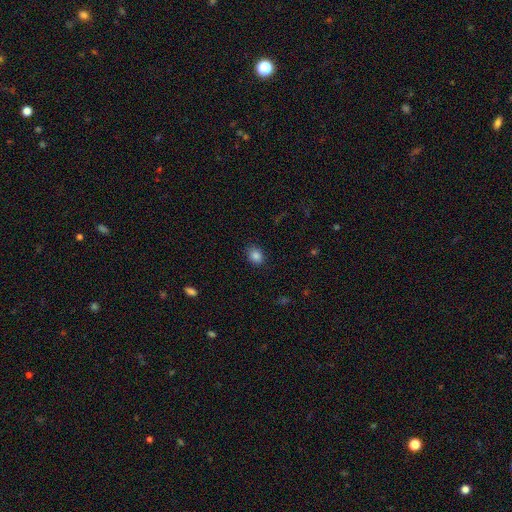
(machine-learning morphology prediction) A smooth galaxy with no disk features (86%) that is in between round and cigar-shaped (57%). Merging: none (86%).